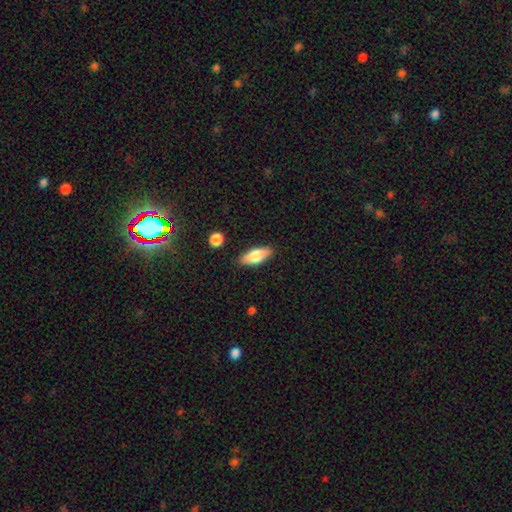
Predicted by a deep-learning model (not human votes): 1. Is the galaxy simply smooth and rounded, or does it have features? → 71% smooth, 23% featured or disk, 6% star or artifact.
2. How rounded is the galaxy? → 74% in between, 23% cigar-shaped, 3% round.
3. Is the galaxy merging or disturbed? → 85% none, 11% minor disturbance, 2% major disturbance, 2% merger.